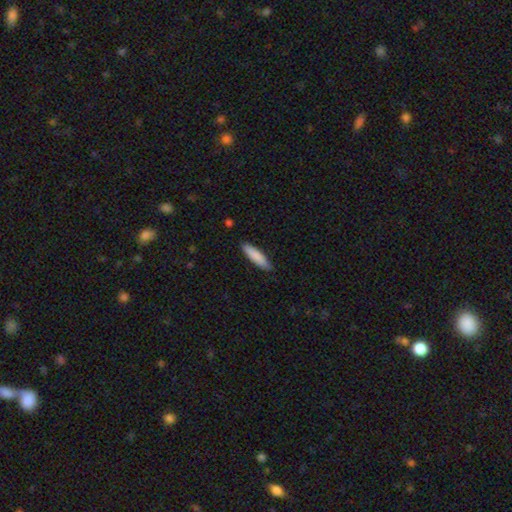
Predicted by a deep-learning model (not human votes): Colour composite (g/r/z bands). It shows a smooth galaxy with no disk features (87%) that is cigar-shaped (70%). Merging: none (87%).